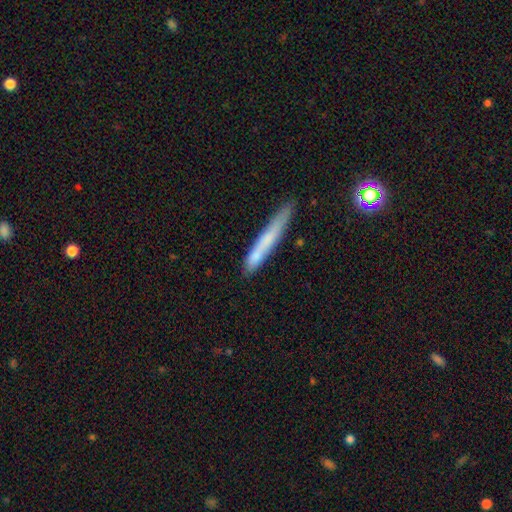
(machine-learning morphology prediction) Smooth or featured?
  - smooth: 69% *
  - featured or disk: 25%
  - star or artifact: 7%
How rounded?
  - cigar-shaped: 91% *
  - in between: 7%
  - round: 2%
Merging?
  - none: 72% *
  - minor disturbance: 18%
  - merger: 6%
  - major disturbance: 5%